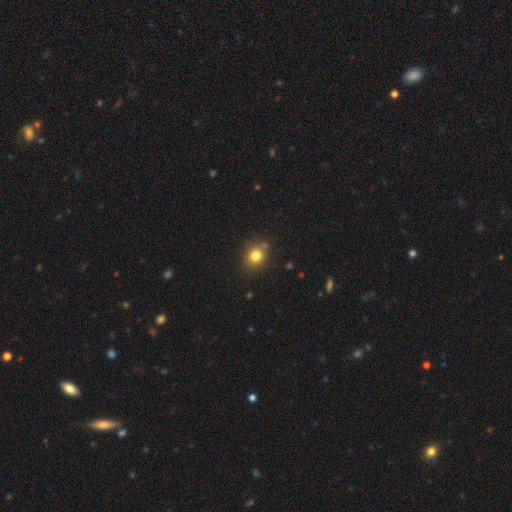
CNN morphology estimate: smooth 80%, star or artifact 13%, featured or disk 8%. Down the decision tree: how rounded — round (74%); merging — none (77%).